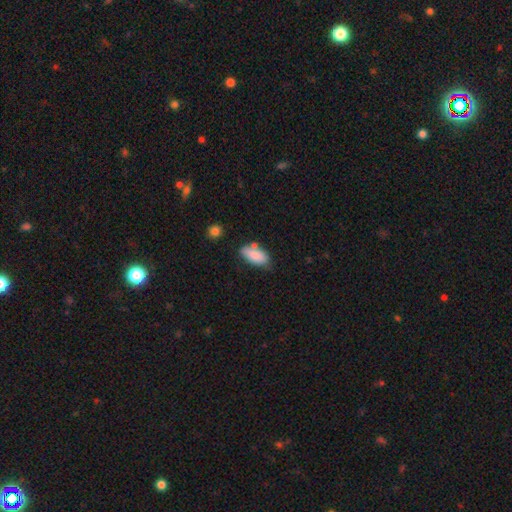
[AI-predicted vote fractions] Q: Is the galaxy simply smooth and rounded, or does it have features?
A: smooth — 83%.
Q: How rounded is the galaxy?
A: in between — 89%.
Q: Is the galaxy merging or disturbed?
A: none — 60%.